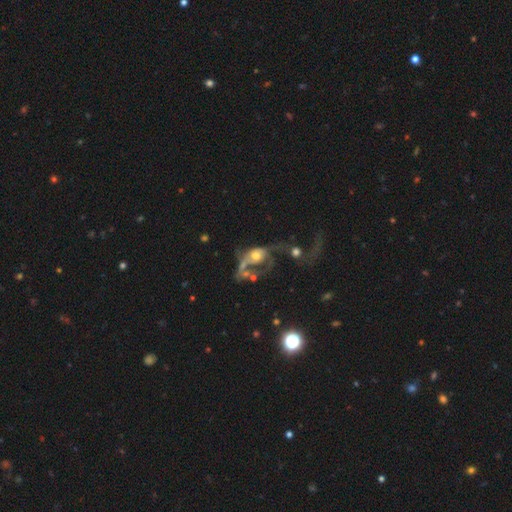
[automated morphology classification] Smooth or featured: featured or disk — 58% (smooth — 31%)
Edge-on disk: no — 95% (yes — 5%)
Bar: no — 80% (weak — 16%)
Spiral arms: no — 53% (yes — 47%)
Bulge size: moderate — 56% (small — 18%)
Merging: merger — 44% (major disturbance — 38%)